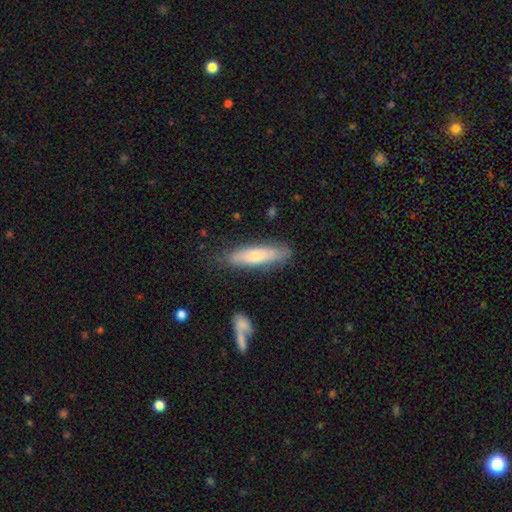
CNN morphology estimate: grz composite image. It shows a smooth galaxy with no disk features (63%) that is cigar-shaped (68%). Merging: none (77%).